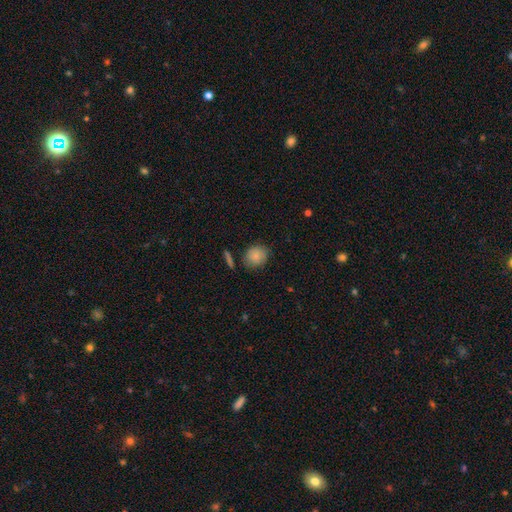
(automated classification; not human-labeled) Smooth or featured?
  - smooth: 84% *
  - star or artifact: 8%
  - featured or disk: 8%
How rounded?
  - round: 72% *
  - in between: 27%
  - cigar-shaped: 1%
Merging?
  - none: 74% *
  - minor disturbance: 17%
  - merger: 5%
  - major disturbance: 4%